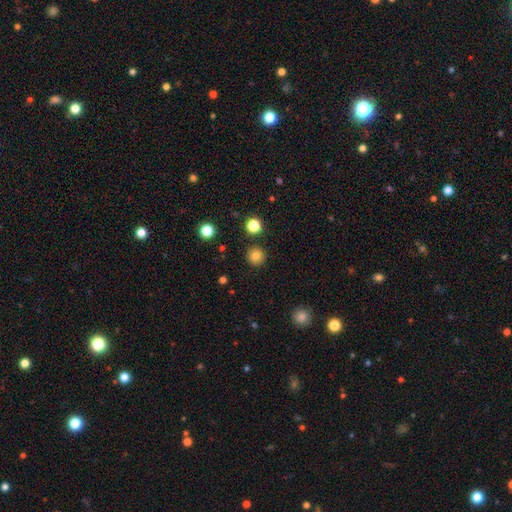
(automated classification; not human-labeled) Smooth or featured? smooth (83%)
How rounded? round (95%)
Merging? none (91%)